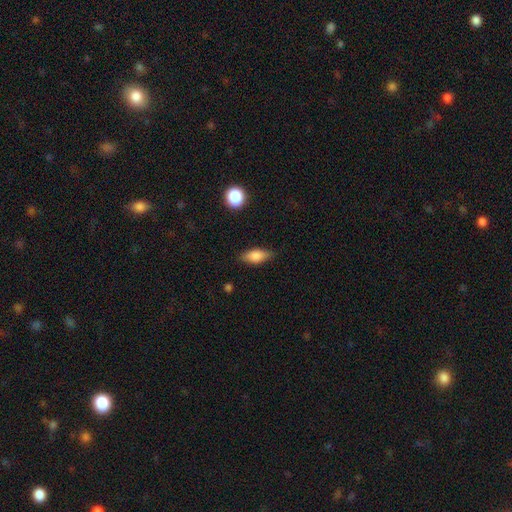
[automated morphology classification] Smooth or featured? smooth (79%)
How rounded? in between (80%)
Merging? none (79%)